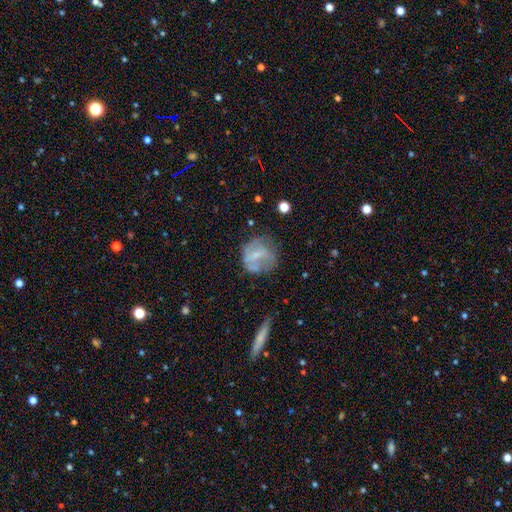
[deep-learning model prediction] Smooth or featured? featured or disk (47%)
Merging? none (48%)